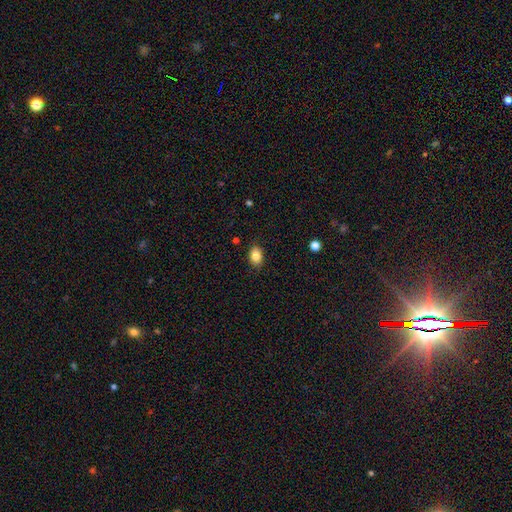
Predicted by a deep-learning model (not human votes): smooth-or-featured: smooth: 85% | star or artifact: 9% | featured or disk: 6%
  how-rounded: in between: 79% | round: 20% | cigar-shaped: 1%
  merging: none: 87% | minor disturbance: 10% | major disturbance: 2% | merger: 1%